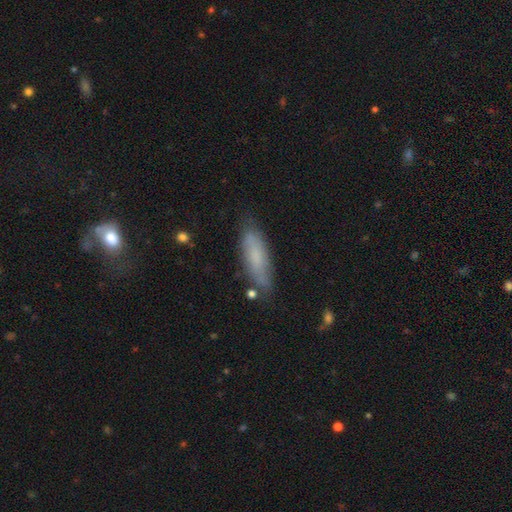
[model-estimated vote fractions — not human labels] Smooth or featured: smooth — 68% (featured or disk — 24%)
How rounded: cigar-shaped — 49% (tied with in between — 49%)
Merging: none — 75% (minor disturbance — 19%)